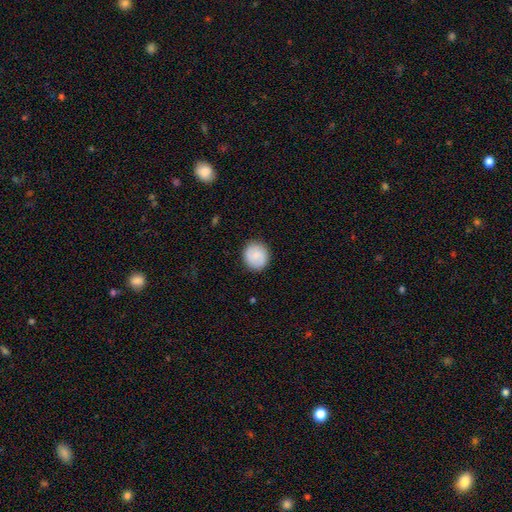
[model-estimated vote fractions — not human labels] smooth-or-featured: smooth: 74% | featured or disk: 19% | star or artifact: 7%
  how-rounded: round: 89% | in between: 10% | cigar-shaped: 1%
  merging: none: 89% | minor disturbance: 8% | major disturbance: 2% | merger: 1%